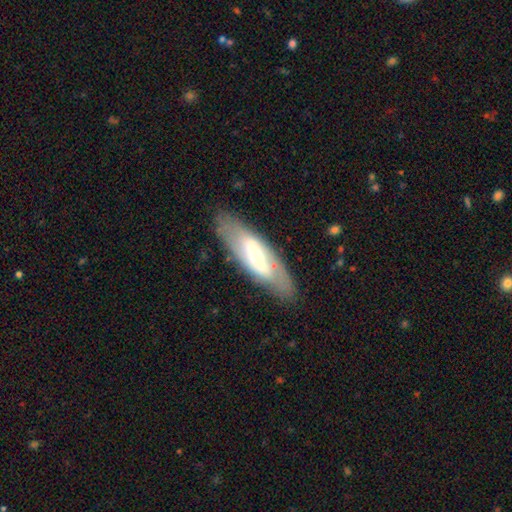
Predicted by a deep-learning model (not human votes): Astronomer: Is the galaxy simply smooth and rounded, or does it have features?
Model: featured or disk — 63%.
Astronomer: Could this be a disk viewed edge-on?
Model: no — 75%.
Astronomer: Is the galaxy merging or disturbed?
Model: none — 78%.